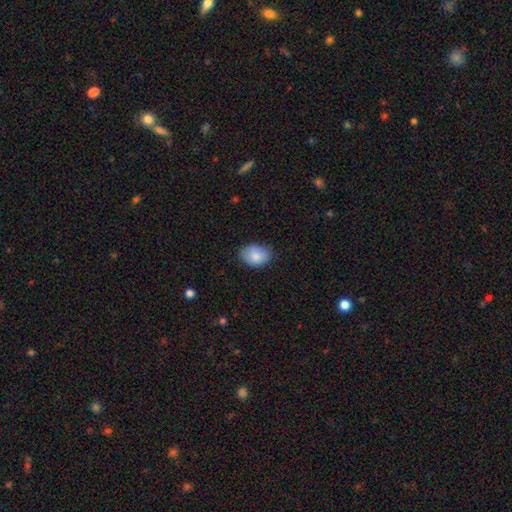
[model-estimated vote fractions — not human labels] The model was most divided on "how rounded": in between: 75%, round: 24%, cigar-shaped: 1%. More confident: smooth or featured — smooth (85%); merging — none (74%).